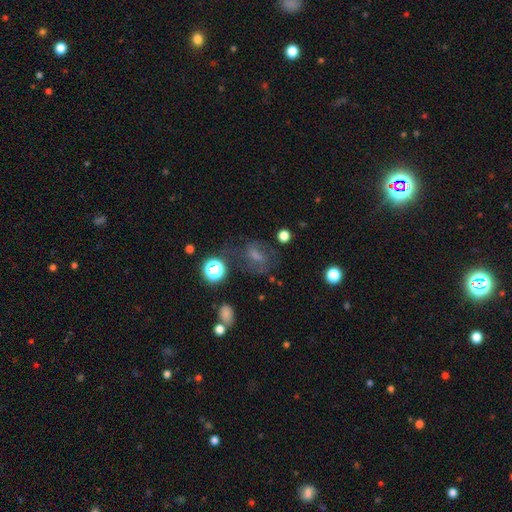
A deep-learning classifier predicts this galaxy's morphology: Smooth or featured?
  - smooth: 43% *
  - featured or disk: 34%
  - star or artifact: 23%
Merging?
  - none: 59% *
  - minor disturbance: 20%
  - major disturbance: 17%
  - merger: 4%